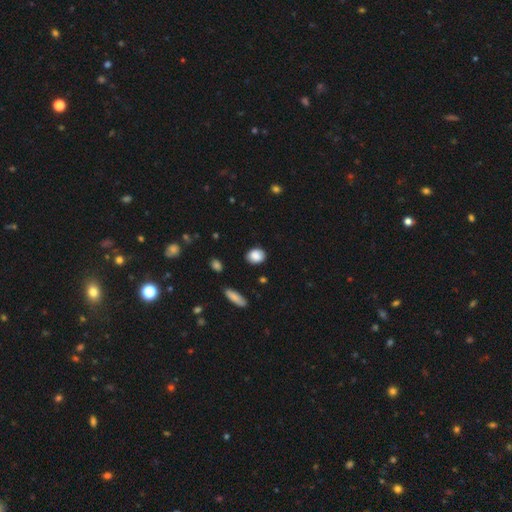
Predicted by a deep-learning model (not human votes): A smooth galaxy with no disk features (87%) that is in between round and cigar-shaped (57%).

Vote fractions:
- Smooth or featured? smooth: 87% / star or artifact: 8% / featured or disk: 5%
- How rounded? in between: 57% / round: 41% / cigar-shaped: 2%
- Merging? none: 84% / minor disturbance: 12% / major disturbance: 3% / merger: 2%